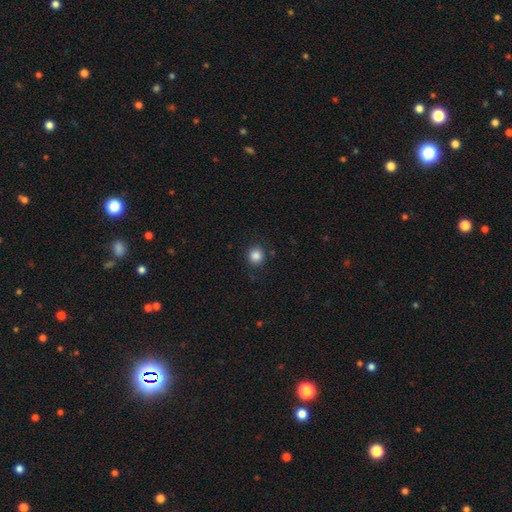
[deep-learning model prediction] Overall: smooth (86%). How rounded: round (92%). Merging: none (89%).